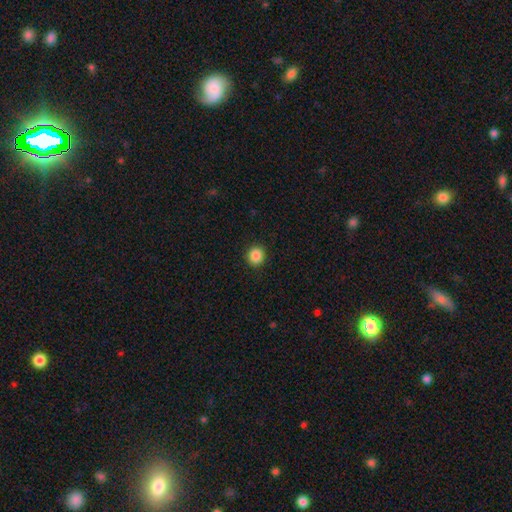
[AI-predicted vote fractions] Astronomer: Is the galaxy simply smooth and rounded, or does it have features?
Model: smooth — 87%.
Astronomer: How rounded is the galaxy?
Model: round — 89%.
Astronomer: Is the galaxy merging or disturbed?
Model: none — 92%.